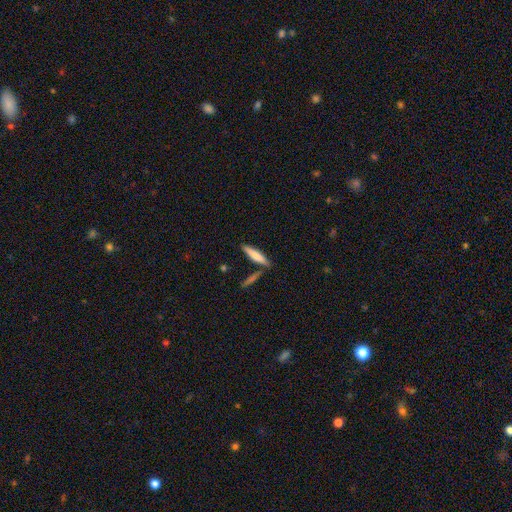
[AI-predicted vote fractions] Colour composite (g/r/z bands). It shows a smooth galaxy with no disk features (71%) that is cigar-shaped (83%). Merging: none (77%).